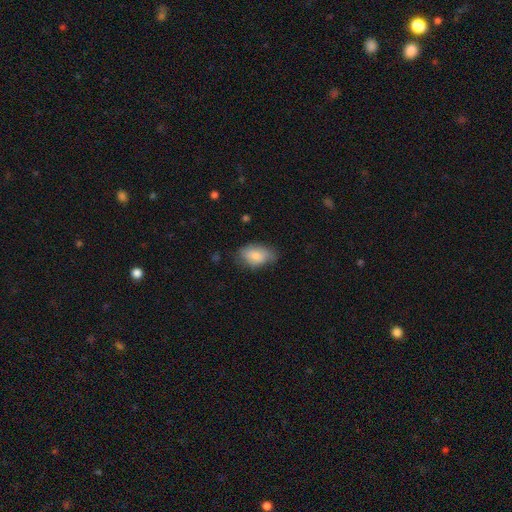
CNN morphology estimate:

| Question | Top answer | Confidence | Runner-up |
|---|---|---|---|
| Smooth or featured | smooth | 80% | featured or disk (13%) |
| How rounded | in between | 89% | round (10%) |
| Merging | none | 57% | minor disturbance (33%) |